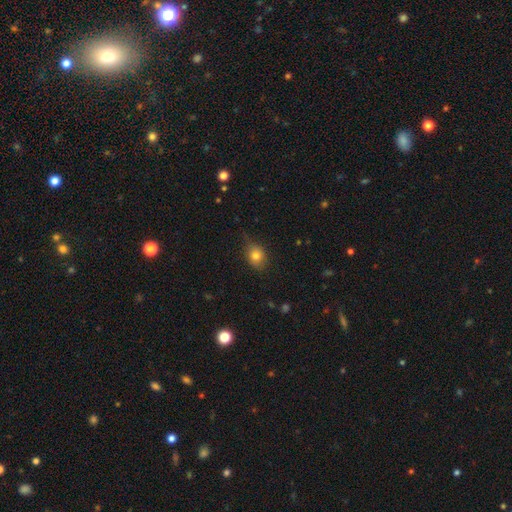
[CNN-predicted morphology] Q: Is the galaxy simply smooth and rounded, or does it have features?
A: smooth — 78%.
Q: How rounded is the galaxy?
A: in between — 52%.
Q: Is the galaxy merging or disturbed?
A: none — 71%.